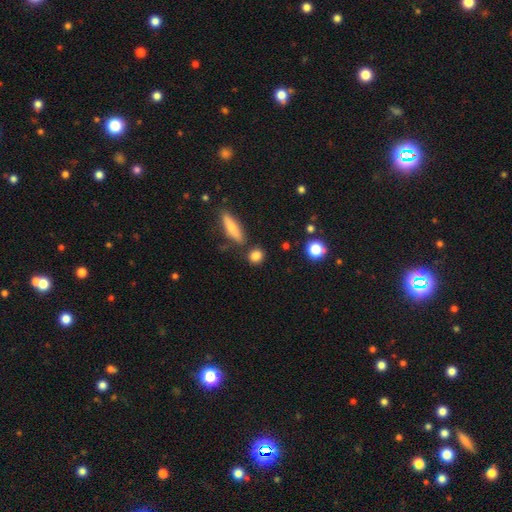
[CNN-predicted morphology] smooth_or_featured: smooth (p=0.83) [alt: star or artifact p=0.10]
how_rounded: round (p=0.73) [alt: in between p=0.21]
merging: none (p=0.80) [alt: minor disturbance p=0.10]